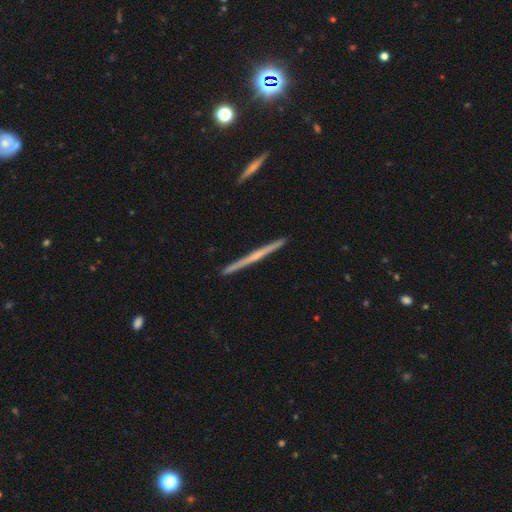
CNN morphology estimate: Smooth or featured?
  - featured or disk: 69% *
  - smooth: 25%
  - star or artifact: 6%
Edge-on disk?
  - yes: 98% *
  - no: 2%
Edge-on bulge?
  - none: 58% *
  - rounded: 36%
  - boxy: 6%
Merging?
  - none: 92% *
  - minor disturbance: 5%
  - merger: 1%
  - major disturbance: 1%